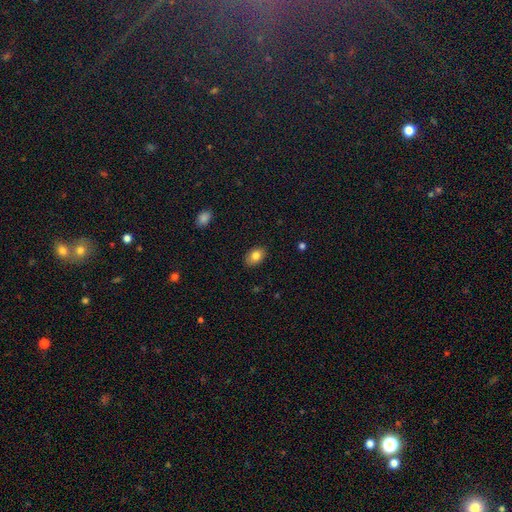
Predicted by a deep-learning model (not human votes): Overall: smooth (82%). How rounded: in between (83%). Merging: none (86%).